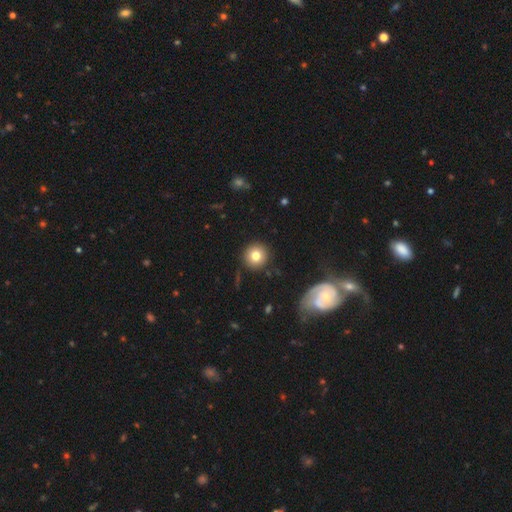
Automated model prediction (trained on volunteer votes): Smooth or featured? Predicted: smooth (p=0.79). How rounded? Predicted: round (p=0.94). Merging? Predicted: none (p=0.90).